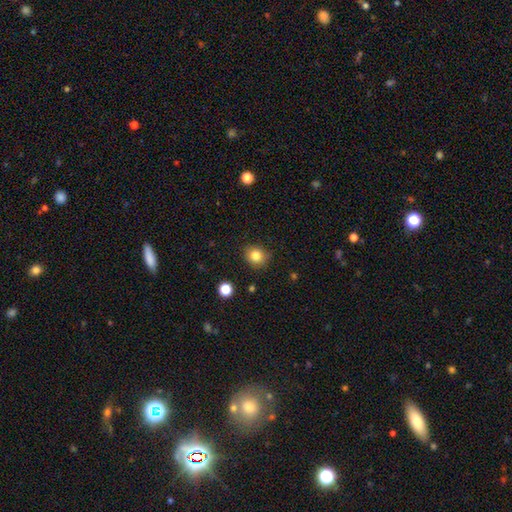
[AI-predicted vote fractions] The model was most divided on "how rounded": round: 80%, in between: 19%, cigar-shaped: 1%. More confident: merging — none (85%); smooth or featured — smooth (82%).